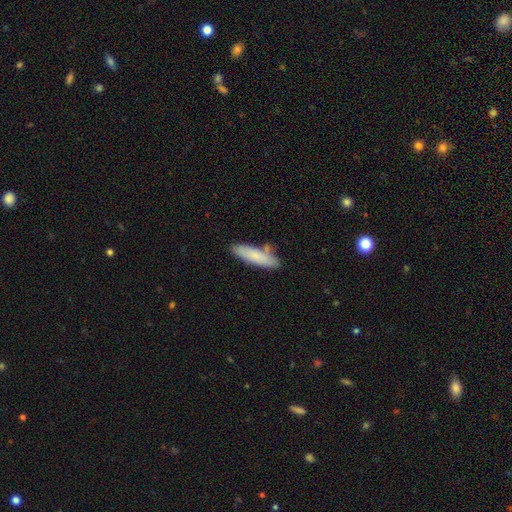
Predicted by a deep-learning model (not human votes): The model was most divided on "how rounded": cigar-shaped: 68%, in between: 30%, round: 2%. More confident: smooth or featured — smooth (78%); merging — none (76%).